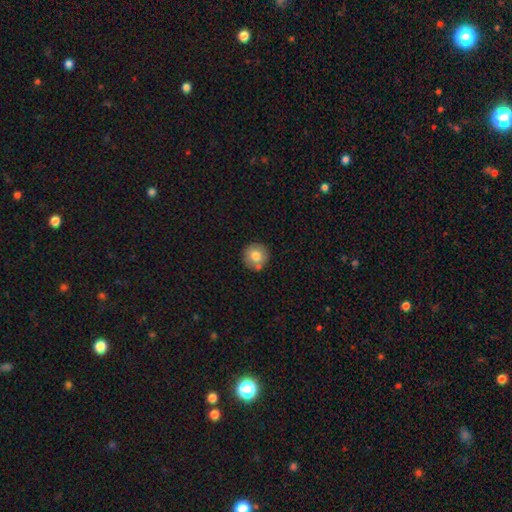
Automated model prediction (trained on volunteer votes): Smooth or featured?
  - smooth: 78% *
  - featured or disk: 13%
  - star or artifact: 9%
How rounded?
  - round: 93% *
  - in between: 6%
  - cigar-shaped: 1%
Merging?
  - none: 78% *
  - minor disturbance: 11%
  - merger: 9%
  - major disturbance: 2%